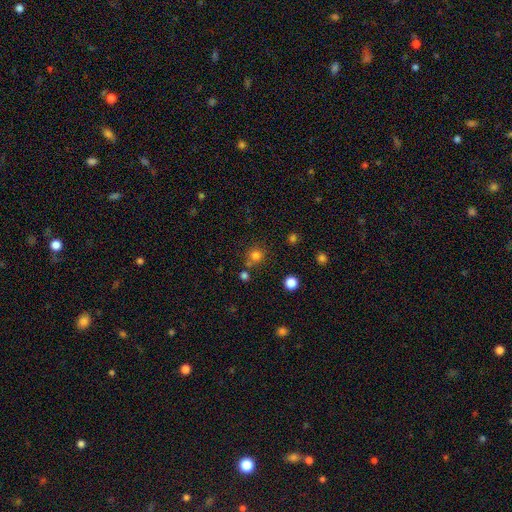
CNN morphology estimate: A smooth galaxy with no disk features (77%) that is round (89%). Merging: none (71%).